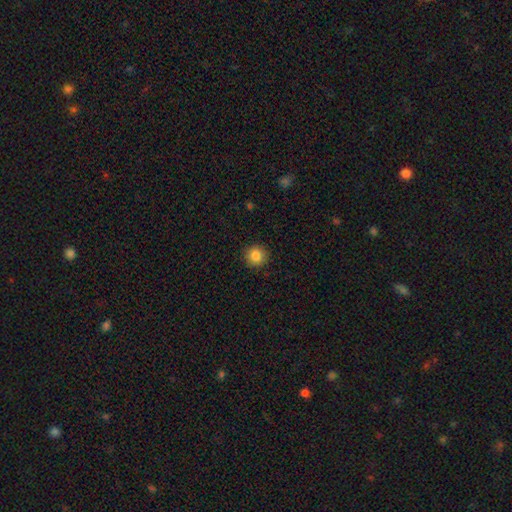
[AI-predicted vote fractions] Smooth or featured: smooth — 85% (star or artifact — 10%)
How rounded: round — 94% (in between — 6%)
Merging: none — 92% (minor disturbance — 5%)